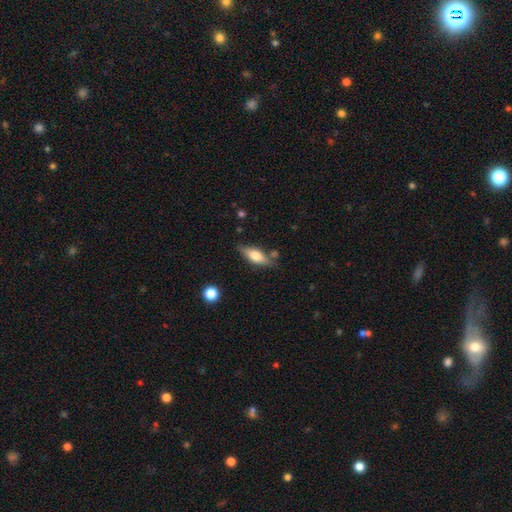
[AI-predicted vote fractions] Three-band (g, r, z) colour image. It shows a smooth galaxy with no disk features (62%) that is in between round and cigar-shaped (68%). Merging: none (73%).